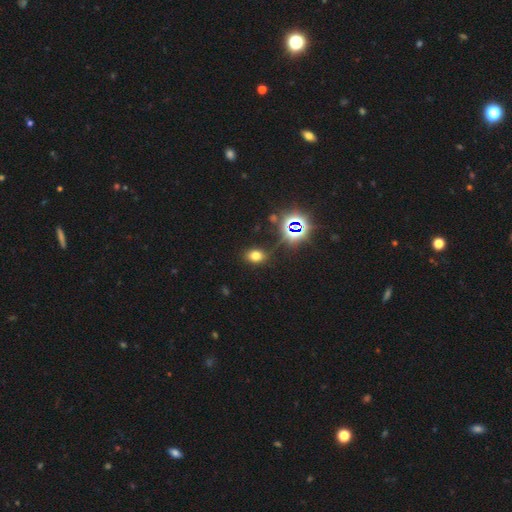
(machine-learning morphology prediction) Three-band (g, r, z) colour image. It shows a smooth galaxy with no disk features (66%) that is in between round and cigar-shaped (65%). Merging: none (80%).